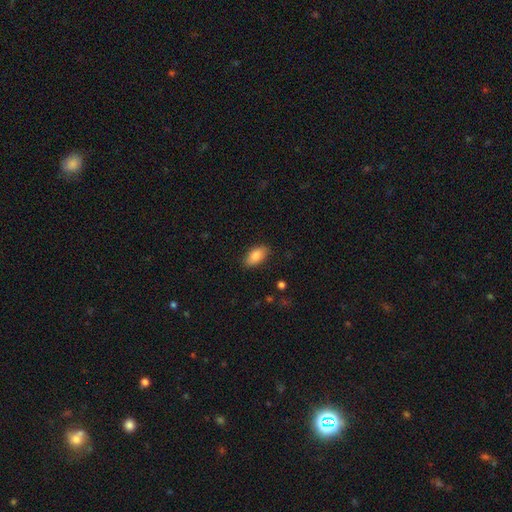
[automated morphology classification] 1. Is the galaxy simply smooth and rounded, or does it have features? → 85% smooth, 8% featured or disk, 7% star or artifact.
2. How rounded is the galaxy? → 92% in between, 5% cigar-shaped, 3% round.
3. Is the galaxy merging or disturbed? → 86% none, 11% minor disturbance, 2% major disturbance, 1% merger.